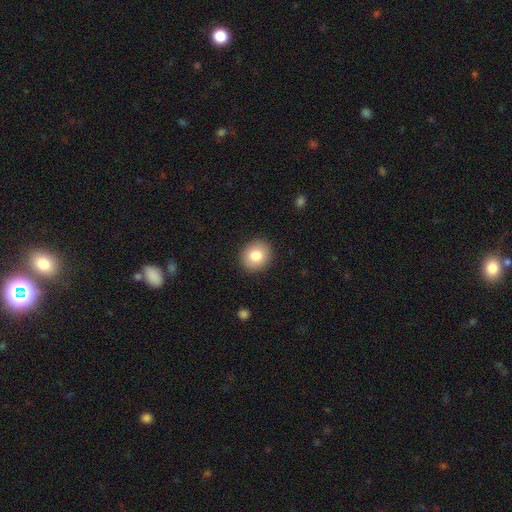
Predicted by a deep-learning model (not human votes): This is clearly a smooth galaxy (82%). How rounded: likely round (73%). Merging: clearly none (91%).